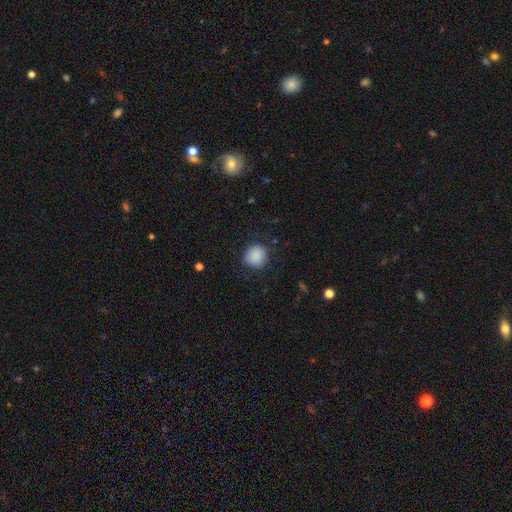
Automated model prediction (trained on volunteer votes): smooth 88%, star or artifact 8%, featured or disk 4%. Down the decision tree: how rounded — round (88%); merging — none (84%).